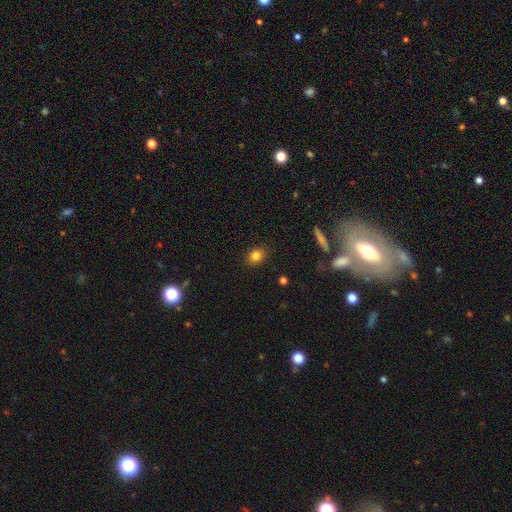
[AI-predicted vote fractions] A smooth galaxy with no disk features (83%) that is round (59%).

Vote fractions:
- Smooth or featured? smooth: 83% / star or artifact: 11% / featured or disk: 6%
- How rounded? round: 59% / in between: 40% / cigar-shaped: 1%
- Merging? none: 88% / minor disturbance: 8% / major disturbance: 2% / merger: 1%